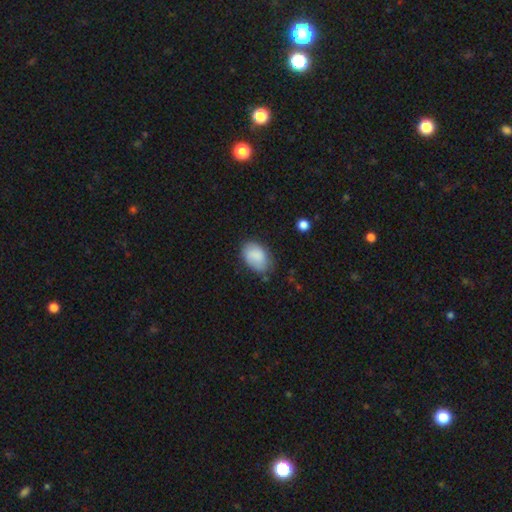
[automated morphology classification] smooth-or-featured: smooth: 84% | featured or disk: 9% | star or artifact: 7%
  how-rounded: in between: 86% | round: 13% | cigar-shaped: 1%
  merging: none: 68% | minor disturbance: 24% | major disturbance: 6% | merger: 2%